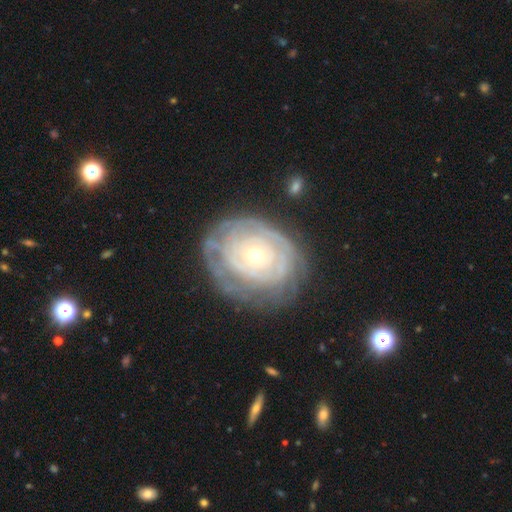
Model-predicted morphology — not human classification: This is likely a featured or disk galaxy (80%). It is clearly not viewed edge-on (96%). Bar: clearly no (85%). Spiral arm pattern: clearly yes (80%). Spiral arm count: possibly can't tell (55%). Spiral winding: clearly tight (84%). Central bulge: likely small (61%). Merging: likely none (70%).